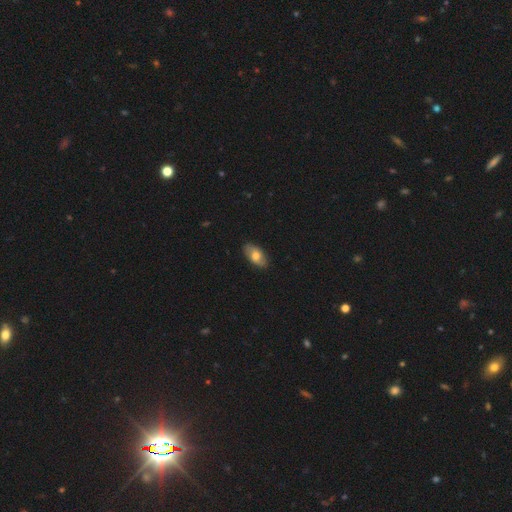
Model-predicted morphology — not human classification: This is possibly a smooth galaxy (59%). How rounded: clearly in between (91%). Merging: clearly none (84%).